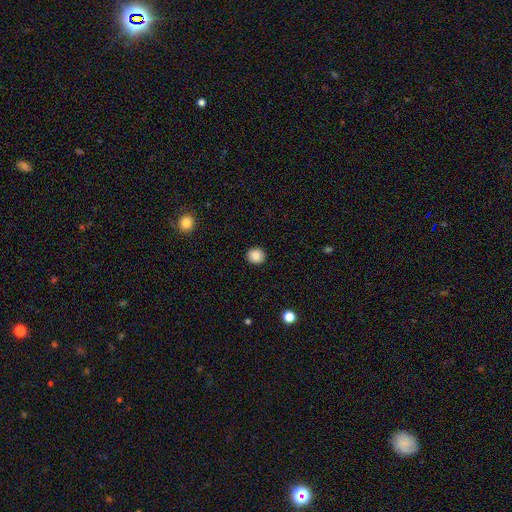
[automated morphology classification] This appears to be a smooth galaxy with no disk features (87%) that is round (84%). Merging: none (91%).